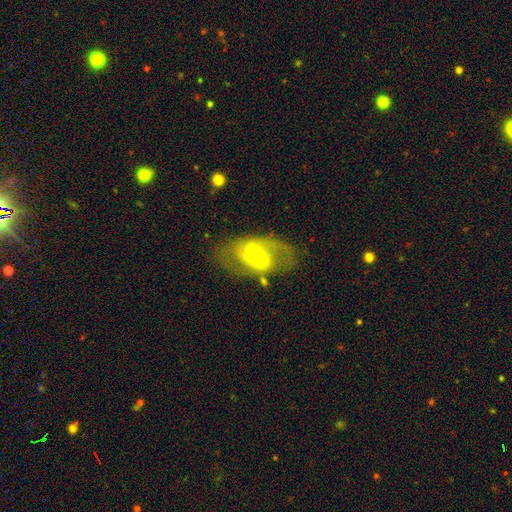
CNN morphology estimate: Q: Smooth or featured?
A: featured or disk (69%); runner-up: smooth (24%)
Q: Edge-on disk?
A: no (94%); runner-up: yes (6%)
Q: Bar?
A: no (48%); runner-up: weak (36%)
Q: Spiral arms?
A: yes (74%); runner-up: no (26%)
Q: Bulge size?
A: small (54%); runner-up: moderate (41%)
Q: Merging?
A: none (63%); runner-up: minor disturbance (19%)